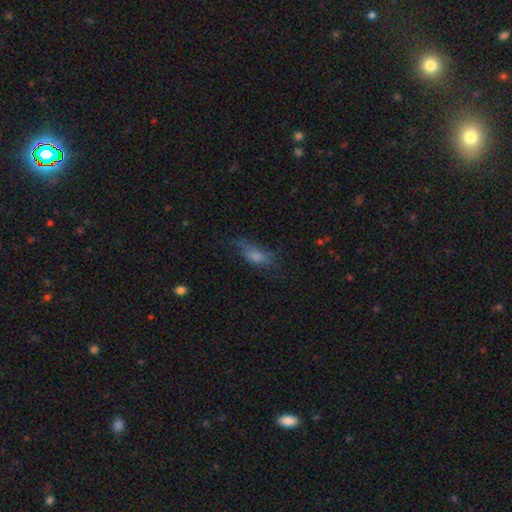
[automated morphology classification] Overall: smooth (60%; featured or disk 25%). How rounded: in between (65%; cigar-shaped 30%). Merging: none (42%; minor disturbance 29%).